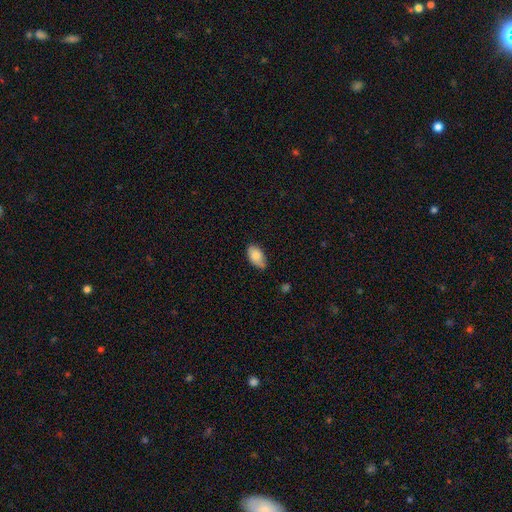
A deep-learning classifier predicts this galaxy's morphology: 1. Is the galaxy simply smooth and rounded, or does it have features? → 83% smooth, 10% featured or disk, 7% star or artifact.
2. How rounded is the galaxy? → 93% in between, 5% round, 2% cigar-shaped.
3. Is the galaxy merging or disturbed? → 64% none, 30% minor disturbance, 4% major disturbance, 2% merger.